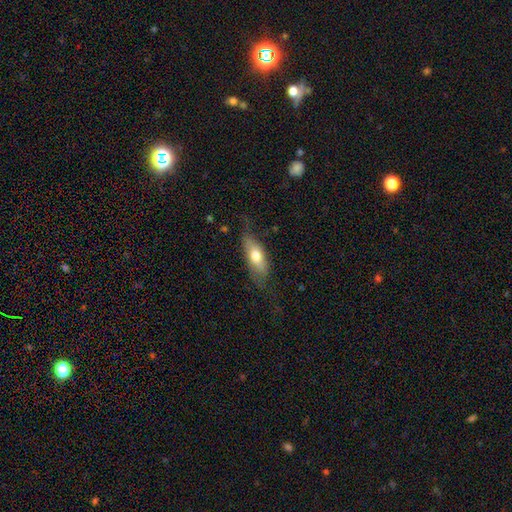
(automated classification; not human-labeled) smooth-or-featured: smooth: 64% | featured or disk: 30% | star or artifact: 6%
  how-rounded: in between: 70% | cigar-shaped: 27% | round: 3%
  merging: none: 63% | minor disturbance: 25% | major disturbance: 11% | merger: 2%